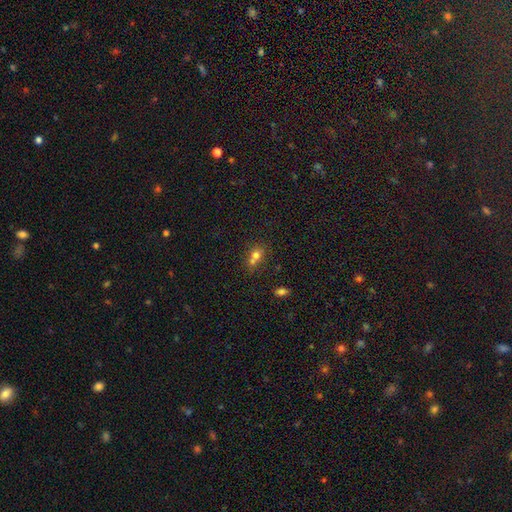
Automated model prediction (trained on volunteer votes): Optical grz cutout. It shows a smooth galaxy with no disk features (70%) that is round (56%). Merging: merger (52%).